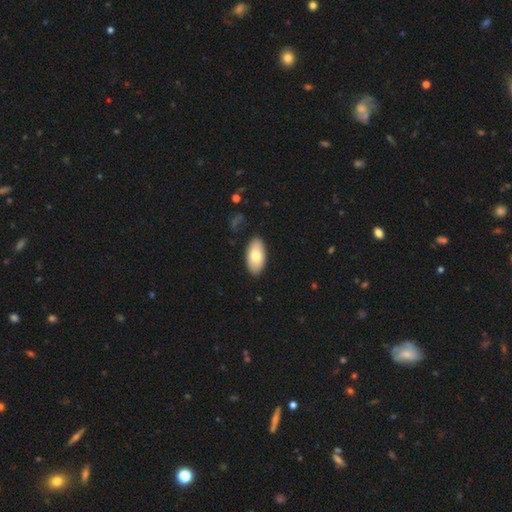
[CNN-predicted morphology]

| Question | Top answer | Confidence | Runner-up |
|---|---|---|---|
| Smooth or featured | smooth | 76% | featured or disk (18%) |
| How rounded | in between | 95% | cigar-shaped (3%) |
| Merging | none | 88% | minor disturbance (9%) |